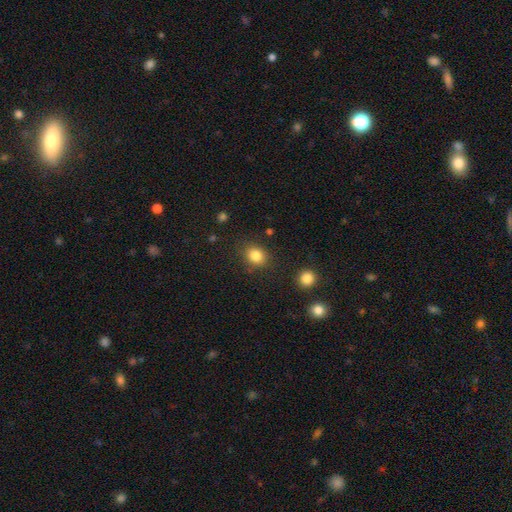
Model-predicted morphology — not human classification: smooth 84%, star or artifact 10%, featured or disk 5%. Down the decision tree: how rounded — round (62%); merging — none (83%).